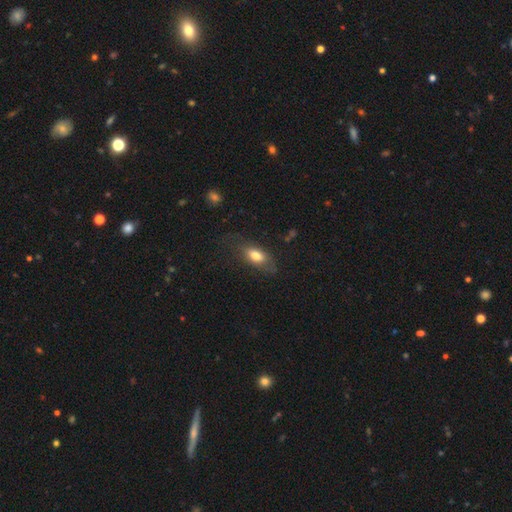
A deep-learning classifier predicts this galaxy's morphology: smooth_or_featured: smooth (p=0.73) [alt: featured or disk p=0.20]
how_rounded: in between (p=0.83) [alt: cigar-shaped p=0.12]
merging: none (p=0.62) [alt: minor disturbance p=0.24]